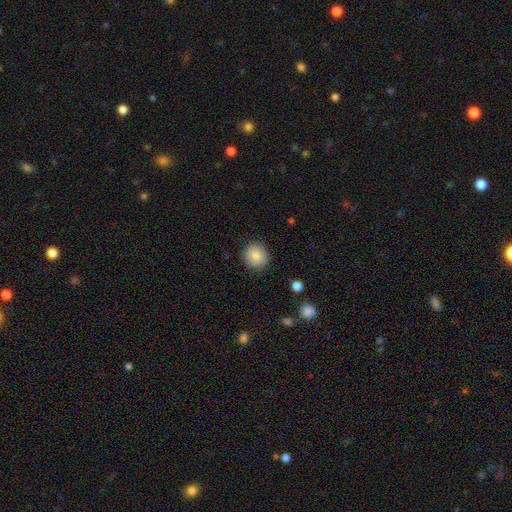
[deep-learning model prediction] A smooth galaxy with no disk features (84%) that is round (91%). Merging: none (87%).